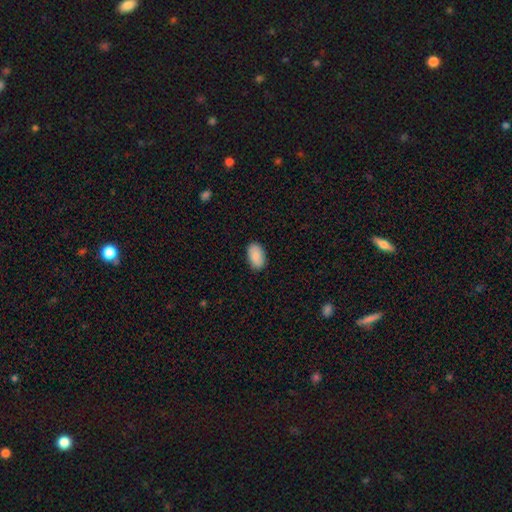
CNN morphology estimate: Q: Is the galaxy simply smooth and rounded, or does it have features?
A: smooth — 89%.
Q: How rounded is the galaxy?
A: in between — 94%.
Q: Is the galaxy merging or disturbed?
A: none — 88%.